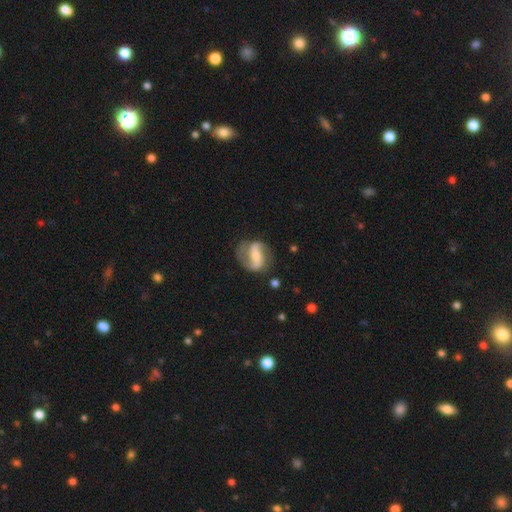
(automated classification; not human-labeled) smooth_or_featured: featured or disk (p=0.81) [alt: smooth p=0.14]
disk_edge_on: no (p=0.96) [alt: yes p=0.04]
bar: strong (p=0.53) [alt: weak p=0.28]
has_spiral_arms: yes (p=0.92) [alt: no p=0.08]
spiral_winding: loose (p=0.43) [alt: medium p=0.41]
spiral_arm_count: 2 (p=0.90) [alt: 1 p=0.04]
bulge_size: small (p=0.51) [alt: moderate p=0.36]
merging: none (p=0.73) [alt: minor disturbance p=0.16]